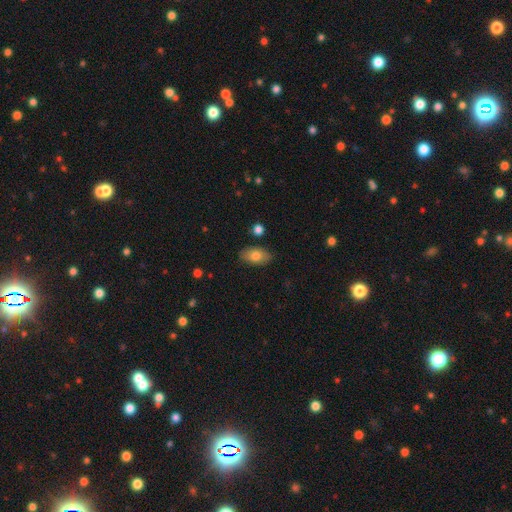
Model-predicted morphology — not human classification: A smooth galaxy with no disk features (76%) that is in between round and cigar-shaped (91%).

Vote fractions:
- Smooth or featured? smooth: 76% / featured or disk: 17% / star or artifact: 7%
- How rounded? in between: 91% / round: 6% / cigar-shaped: 4%
- Merging? none: 84% / minor disturbance: 11% / major disturbance: 2% / merger: 2%